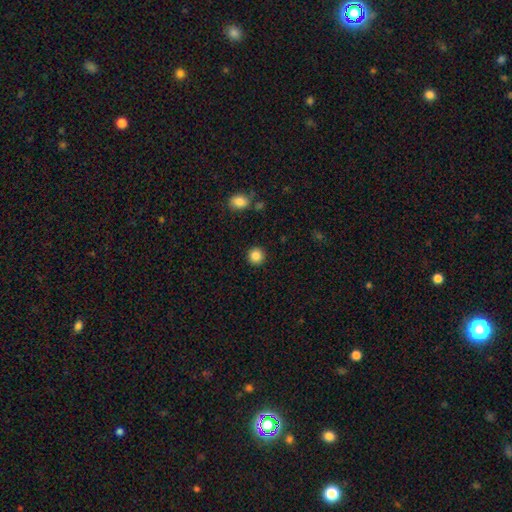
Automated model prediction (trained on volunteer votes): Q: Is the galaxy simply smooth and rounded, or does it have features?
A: smooth — 86%.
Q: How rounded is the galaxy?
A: round — 95%.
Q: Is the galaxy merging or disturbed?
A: none — 92%.